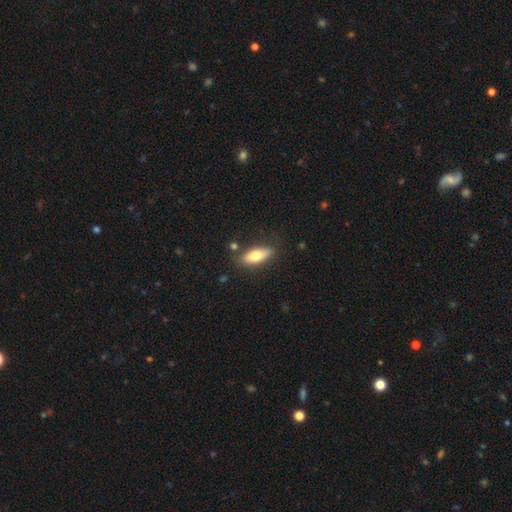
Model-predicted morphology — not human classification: A smooth galaxy with no disk features (69%) that is in between round and cigar-shaped (63%).

Vote fractions:
- Smooth or featured? smooth: 69% / featured or disk: 25% / star or artifact: 6%
- How rounded? in between: 63% / cigar-shaped: 34% / round: 3%
- Merging? none: 81% / minor disturbance: 12% / merger: 3% / major disturbance: 3%